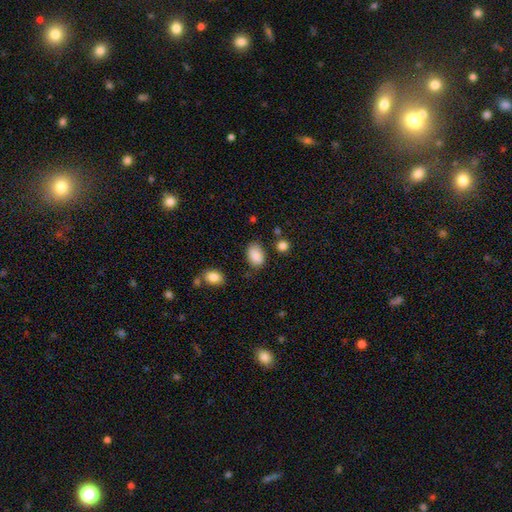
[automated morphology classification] This is clearly a smooth galaxy (88%). How rounded: clearly in between (85%). Merging: likely none (72%).